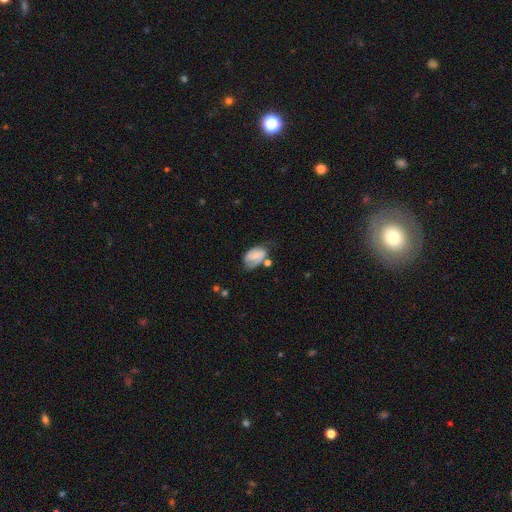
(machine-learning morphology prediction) Smooth or featured? smooth (50%)
Merging? none (41%)